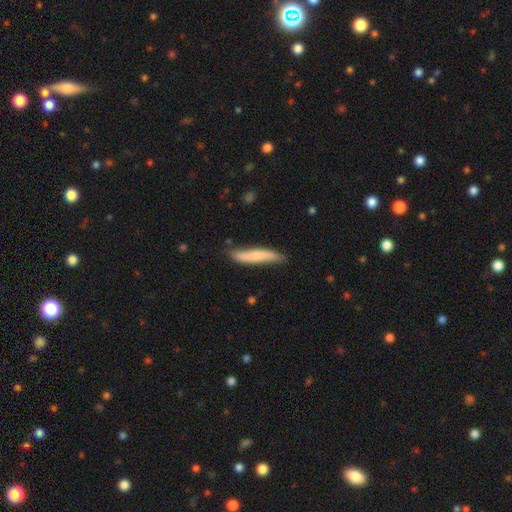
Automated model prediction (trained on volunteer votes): smooth 65%, featured or disk 29%, star or artifact 5%. Down the decision tree: how rounded — cigar-shaped (90%); merging — none (76%).